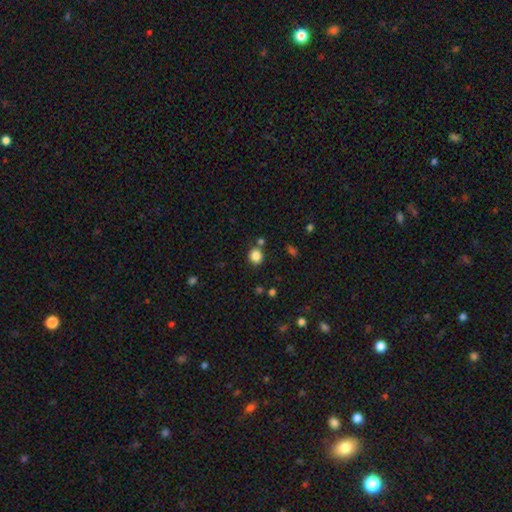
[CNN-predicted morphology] The model was most divided on "how rounded": round: 81%, in between: 18%, cigar-shaped: 1%. More confident: smooth or featured — smooth (84%); merging — none (79%).